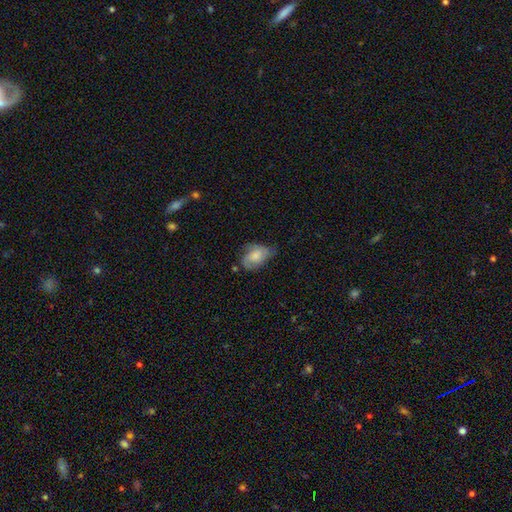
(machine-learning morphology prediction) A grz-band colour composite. It shows a smooth galaxy with no disk features (47%). Merging: none (49%).